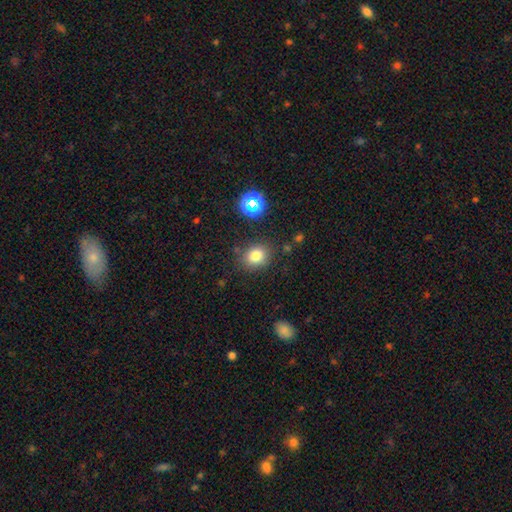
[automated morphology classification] A smooth galaxy with no disk features (79%) that is round (64%). Merging: none (82%).